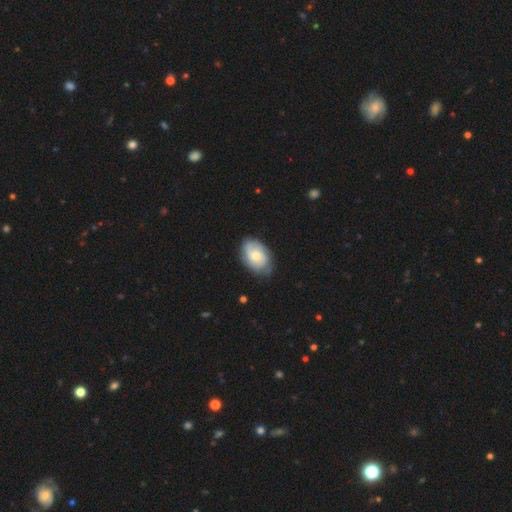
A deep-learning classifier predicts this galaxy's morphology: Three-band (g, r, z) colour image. It shows a featured or disk galaxy (49%). Merging: none (76%).